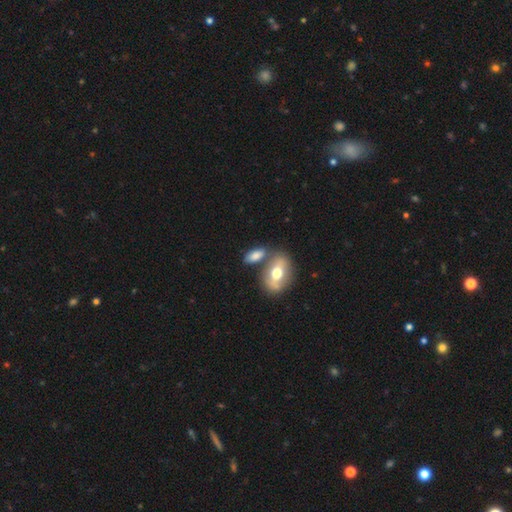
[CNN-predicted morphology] Smooth or featured? Predicted: smooth (p=0.70). How rounded? Predicted: in between (p=0.84). Merging? Predicted: none (p=0.57).